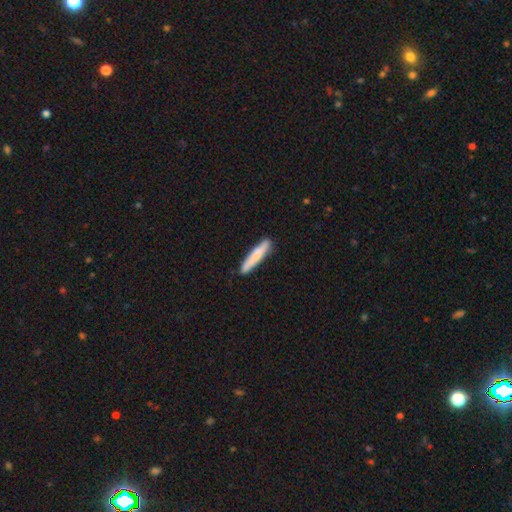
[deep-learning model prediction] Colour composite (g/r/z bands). It shows a smooth galaxy with no disk features (74%) that is cigar-shaped (92%). Merging: none (85%).